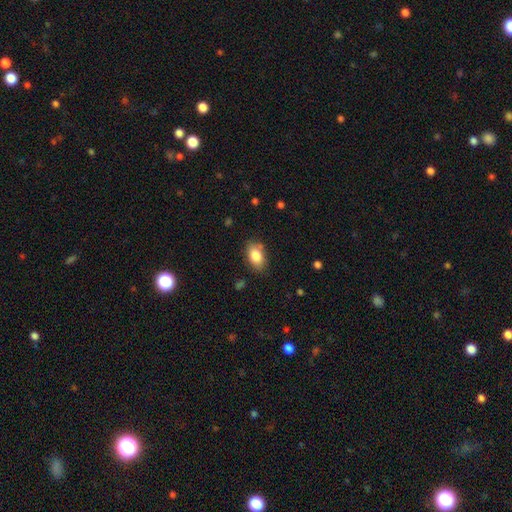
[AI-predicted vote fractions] Morphology: type=smooth (83%); roundness=in between (90%); merging=none (79%).